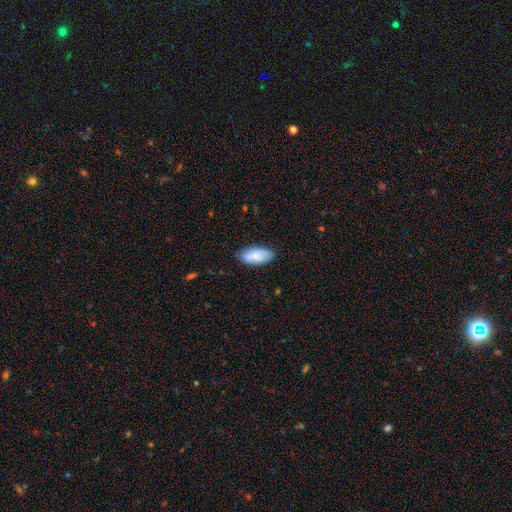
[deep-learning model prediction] smooth 83%, featured or disk 11%, star or artifact 6%. Down the decision tree: how rounded — in between (90%); merging — none (80%).